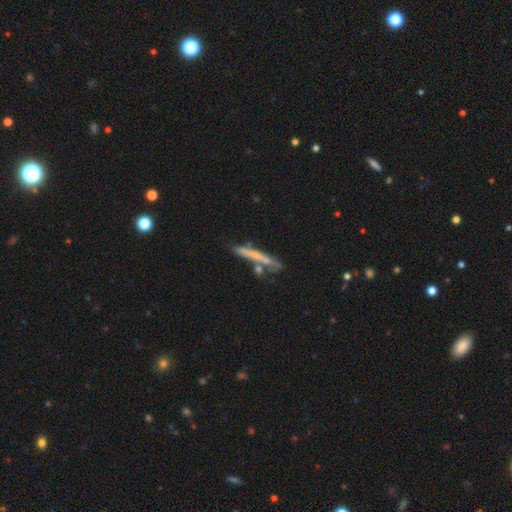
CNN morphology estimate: Smooth or featured? Predicted: smooth (p=0.47). Merging? Predicted: none (p=0.65).